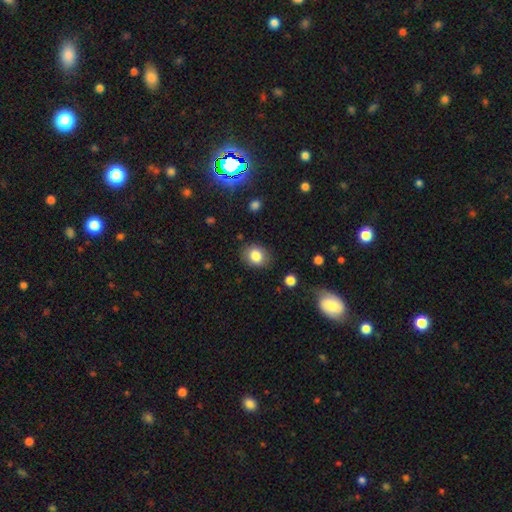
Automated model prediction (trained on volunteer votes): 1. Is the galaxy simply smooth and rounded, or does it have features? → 83% smooth, 10% star or artifact, 7% featured or disk.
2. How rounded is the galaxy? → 57% round, 42% in between, 1% cigar-shaped.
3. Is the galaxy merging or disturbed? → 83% none, 12% minor disturbance, 3% major disturbance, 2% merger.